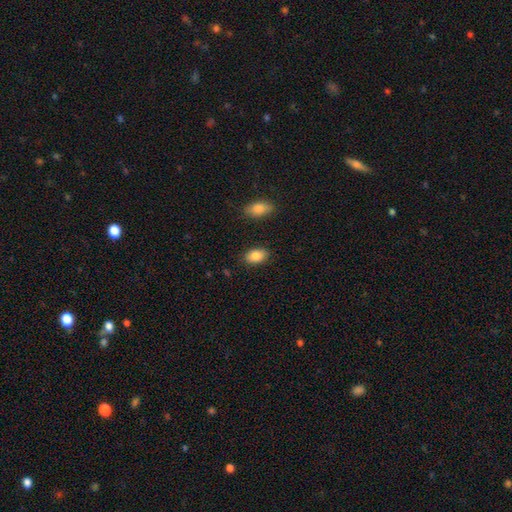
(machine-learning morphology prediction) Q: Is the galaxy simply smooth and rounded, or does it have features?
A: smooth — 87%.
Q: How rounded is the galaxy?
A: in between — 88%.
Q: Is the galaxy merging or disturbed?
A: none — 86%.